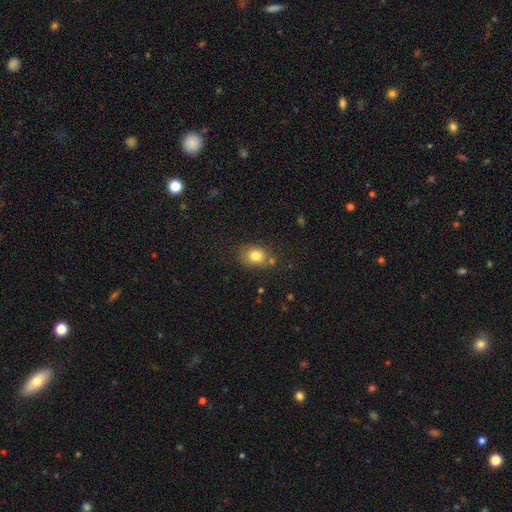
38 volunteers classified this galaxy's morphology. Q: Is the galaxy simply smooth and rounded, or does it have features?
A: smooth — 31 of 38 (82%).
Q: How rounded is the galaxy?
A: in between — 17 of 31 (55%).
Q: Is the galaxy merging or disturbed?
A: none — 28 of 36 (78%).